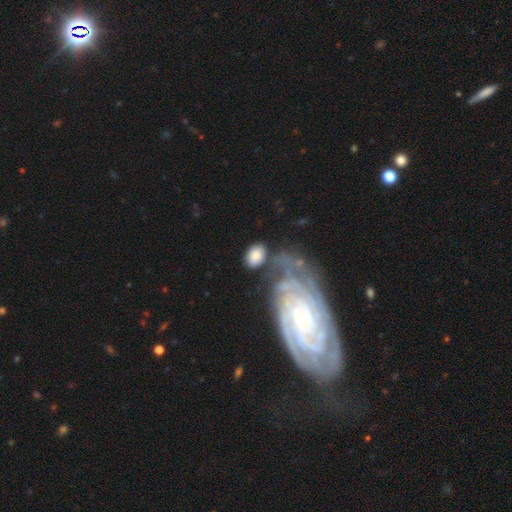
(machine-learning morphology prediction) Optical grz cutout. It shows a smooth galaxy with no disk features (70%) that is in between round and cigar-shaped (79%). Merging: none (56%).